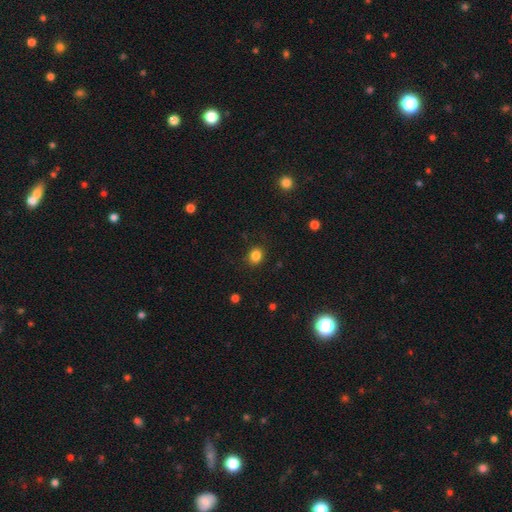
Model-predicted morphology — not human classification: A smooth galaxy with no disk features (84%) that is round (74%). Merging: none (87%).